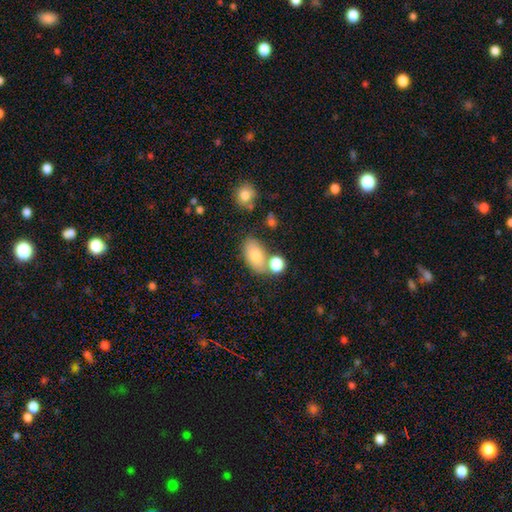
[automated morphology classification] smooth-or-featured: smooth: 77% | featured or disk: 15% | star or artifact: 9%
  how-rounded: in between: 90% | round: 8% | cigar-shaped: 2%
  merging: none: 59% | merger: 20% | minor disturbance: 15% | major disturbance: 5%